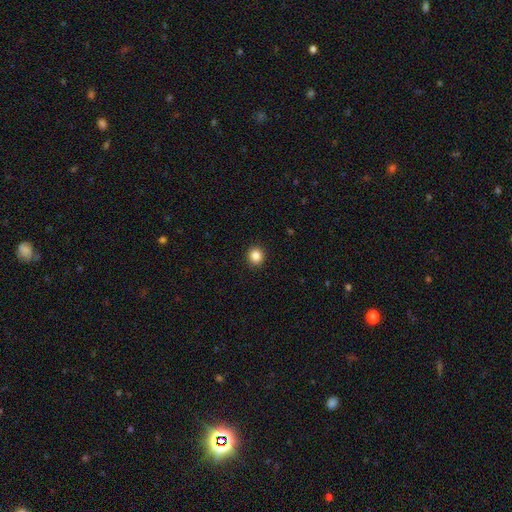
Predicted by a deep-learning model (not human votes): smooth 85%, star or artifact 10%, featured or disk 4%. Down the decision tree: how rounded — round (92%); merging — none (93%).